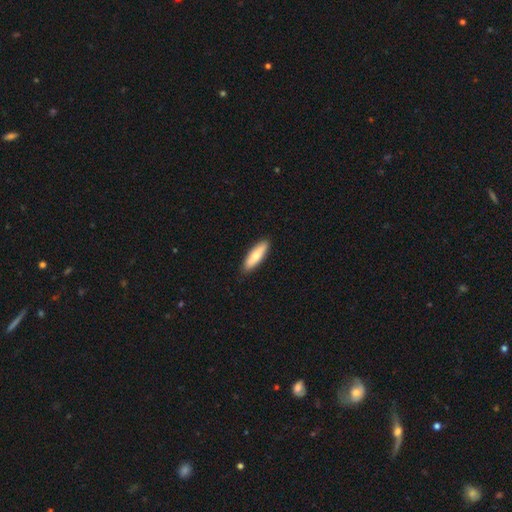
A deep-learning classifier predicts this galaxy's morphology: Smooth or featured? smooth (72%)
How rounded? cigar-shaped (61%)
Merging? none (90%)